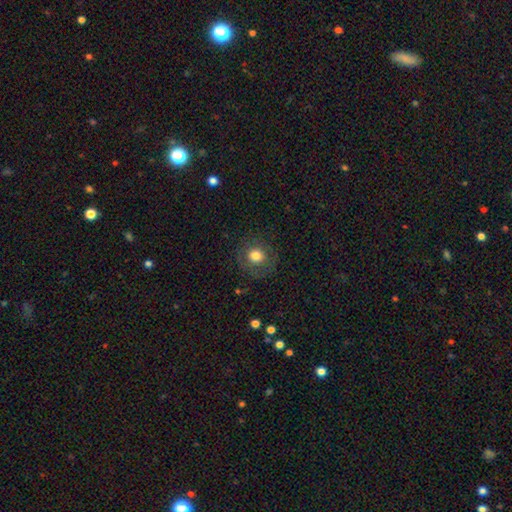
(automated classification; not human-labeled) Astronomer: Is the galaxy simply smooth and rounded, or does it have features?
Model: smooth — 74%.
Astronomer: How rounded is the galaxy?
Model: round — 86%.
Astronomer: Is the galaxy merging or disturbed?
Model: none — 81%.